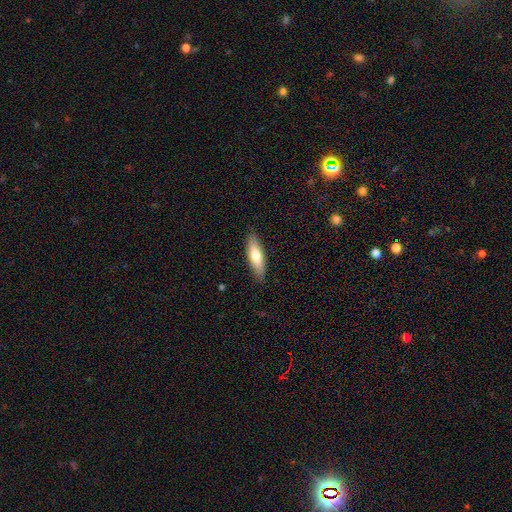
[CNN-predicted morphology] Q: Smooth or featured?
A: smooth (66%); runner-up: featured or disk (29%)
Q: How rounded?
A: cigar-shaped (62%); runner-up: in between (37%)
Q: Merging?
A: none (87%); runner-up: minor disturbance (10%)